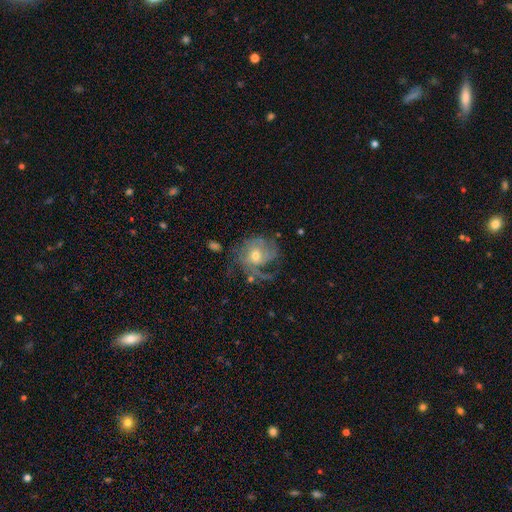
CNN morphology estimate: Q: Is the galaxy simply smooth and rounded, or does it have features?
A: featured or disk — 74%.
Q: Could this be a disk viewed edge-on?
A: no — 98%.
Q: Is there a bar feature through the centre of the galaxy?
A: no — 70%.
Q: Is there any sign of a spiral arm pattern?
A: yes — 87%.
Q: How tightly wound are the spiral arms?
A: tight — 43%.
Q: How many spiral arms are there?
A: can't tell — 32%.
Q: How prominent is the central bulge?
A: moderate — 59%.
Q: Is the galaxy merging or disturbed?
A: none — 51%.